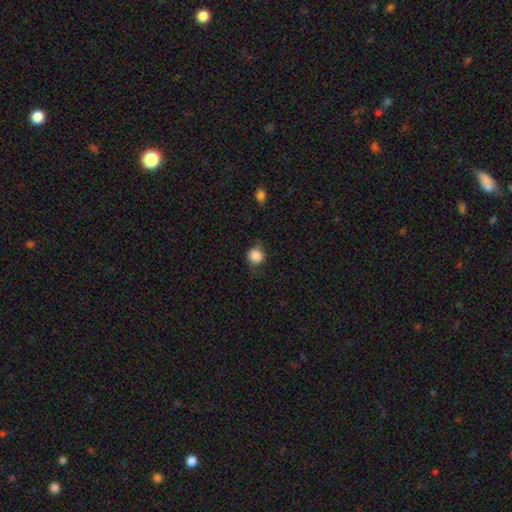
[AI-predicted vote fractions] Smooth or featured? smooth (86%)
How rounded? round (87%)
Merging? none (72%)